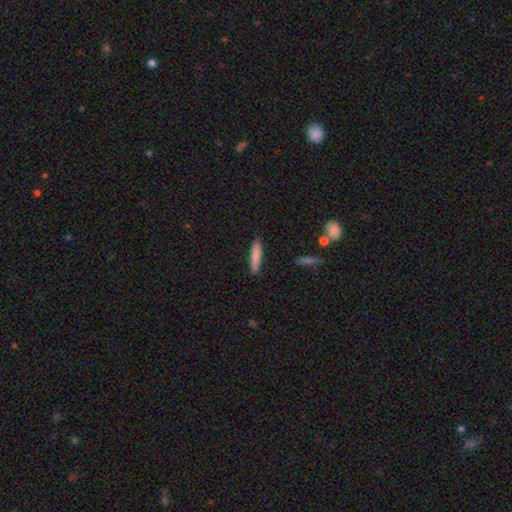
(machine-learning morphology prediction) The model was most divided on "how rounded": cigar-shaped: 83%, in between: 15%, round: 1%. More confident: merging — none (88%); smooth or featured — smooth (83%).